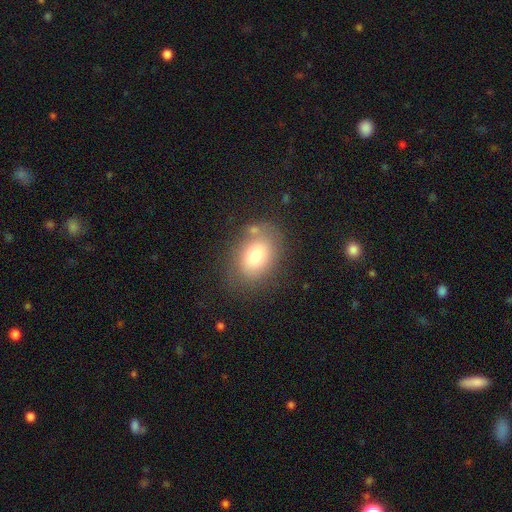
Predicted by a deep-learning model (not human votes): The model was most divided on "how rounded": in between: 75%, round: 23%, cigar-shaped: 1%. More confident: smooth or featured — smooth (75%); merging — none (72%).